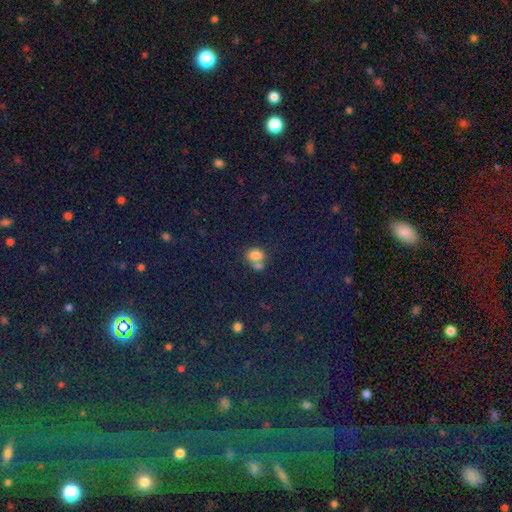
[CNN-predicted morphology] Smooth or featured: smooth — 77% (star or artifact — 14%)
How rounded: in between — 52% (round — 47%)
Merging: merger — 49% (none — 36%)